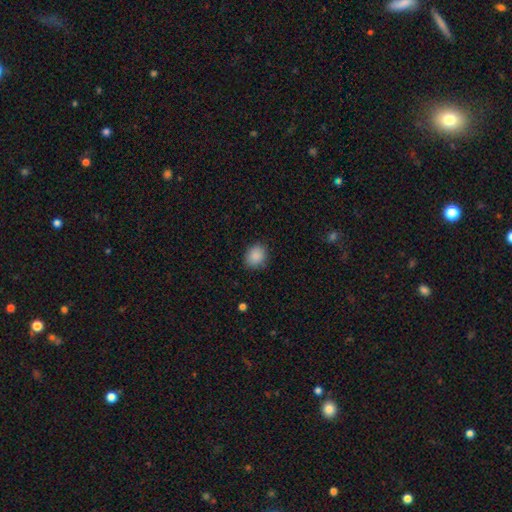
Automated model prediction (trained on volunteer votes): smooth-or-featured: smooth: 88% | star or artifact: 9% | featured or disk: 3%
  how-rounded: round: 60% | in between: 39% | cigar-shaped: 1%
  merging: none: 85% | minor disturbance: 11% | major disturbance: 3% | merger: 1%